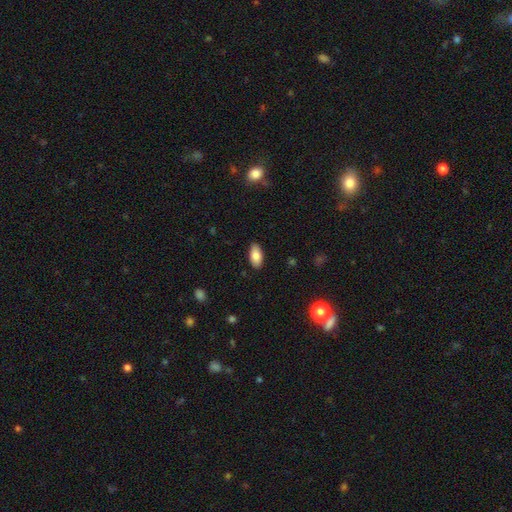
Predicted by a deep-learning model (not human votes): Smooth or featured?
  - smooth: 83% *
  - featured or disk: 11%
  - star or artifact: 7%
How rounded?
  - in between: 92% *
  - cigar-shaped: 5%
  - round: 3%
Merging?
  - none: 88% *
  - minor disturbance: 9%
  - major disturbance: 2%
  - merger: 1%